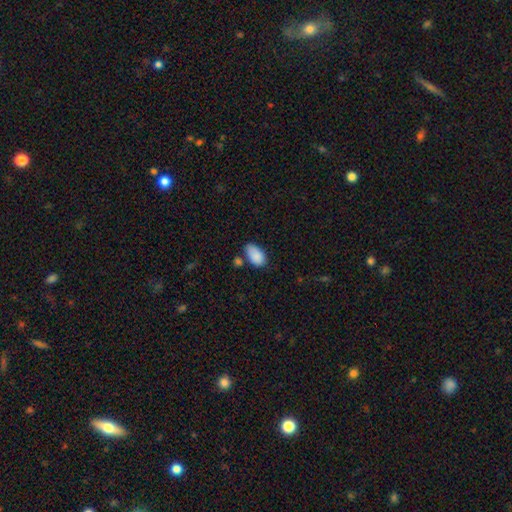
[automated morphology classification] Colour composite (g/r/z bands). It shows a smooth galaxy with no disk features (87%) that is in between round and cigar-shaped (94%). Merging: none (54%).